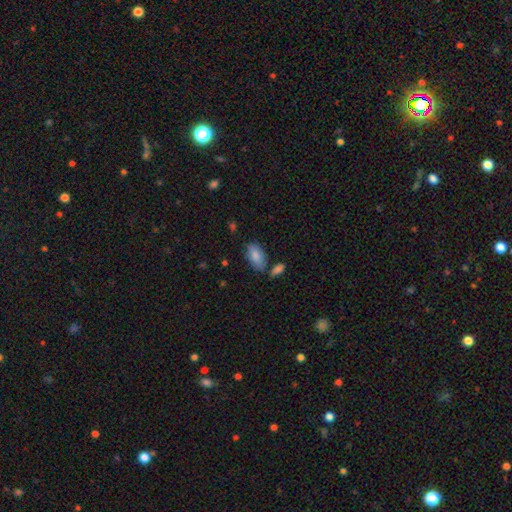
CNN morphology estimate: Smooth or featured?
  - smooth: 84% *
  - featured or disk: 10%
  - star or artifact: 6%
How rounded?
  - in between: 92% *
  - cigar-shaped: 5%
  - round: 3%
Merging?
  - none: 68% *
  - minor disturbance: 18%
  - merger: 10%
  - major disturbance: 4%